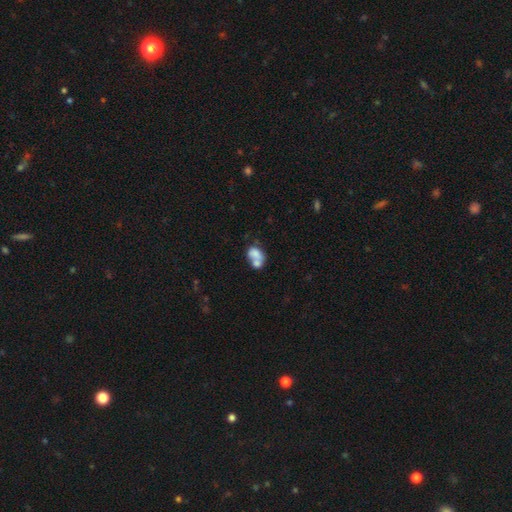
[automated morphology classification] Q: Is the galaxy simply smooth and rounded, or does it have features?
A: smooth — 67%.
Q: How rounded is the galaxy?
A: in between — 72%.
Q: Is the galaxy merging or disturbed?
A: merger — 62%.